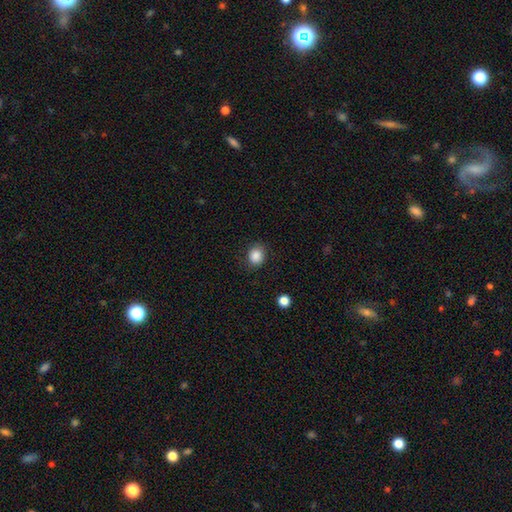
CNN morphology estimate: This appears to be a smooth galaxy with no disk features (87%) that is round (69%). Merging: none (83%).